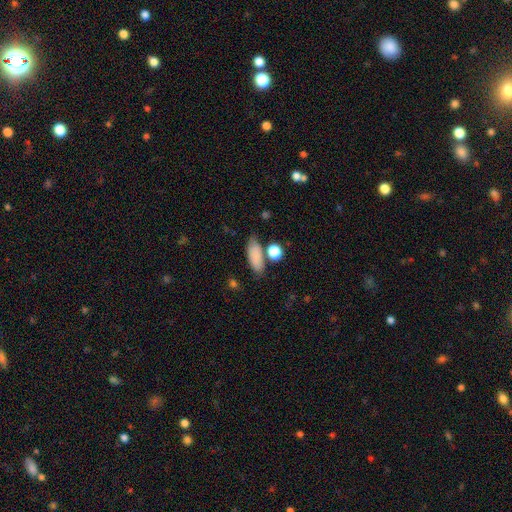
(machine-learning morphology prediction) Smooth or featured? smooth (84%)
How rounded? in between (73%)
Merging? none (69%)